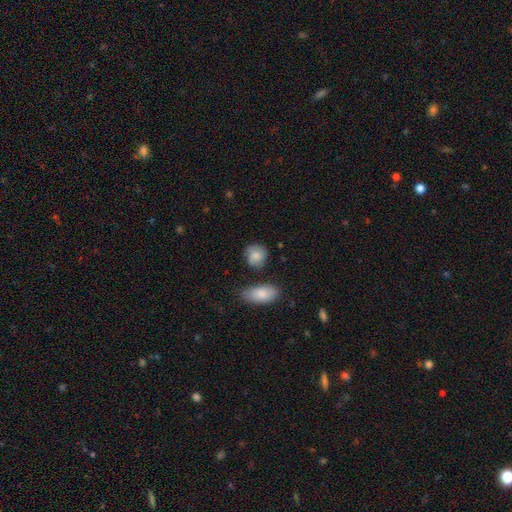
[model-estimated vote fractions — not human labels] Morphology: type=smooth (82%); roundness=round (74%); merging=none (70%).